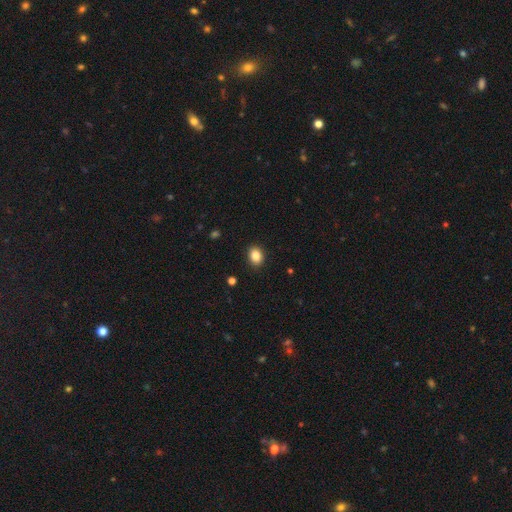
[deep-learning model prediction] The model was most divided on "how rounded": in between: 62%, round: 37%, cigar-shaped: 1%. More confident: merging — none (90%); smooth or featured — smooth (87%).